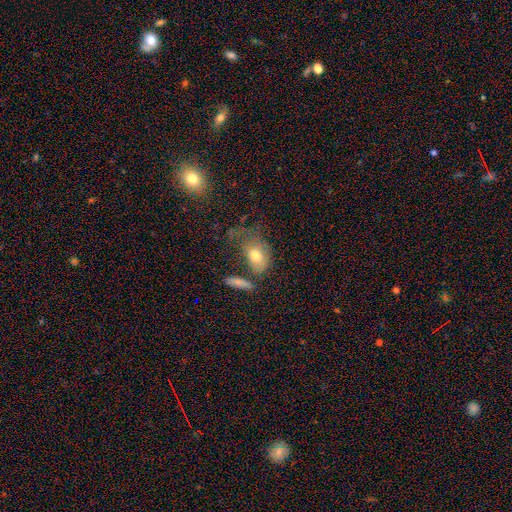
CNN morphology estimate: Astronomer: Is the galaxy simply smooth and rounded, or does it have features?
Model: smooth — 70%.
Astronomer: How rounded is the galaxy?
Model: in between — 78%.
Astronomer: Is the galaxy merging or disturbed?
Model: major disturbance — 35% (runner-up: none, 30%).